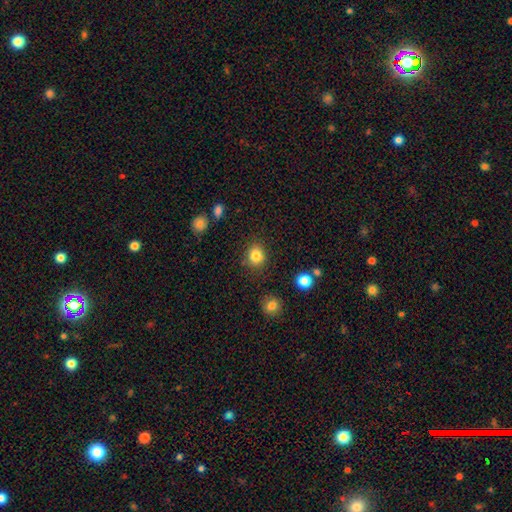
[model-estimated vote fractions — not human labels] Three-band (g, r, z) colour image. It shows a smooth galaxy with no disk features (83%) that is round (78%). Merging: none (84%).